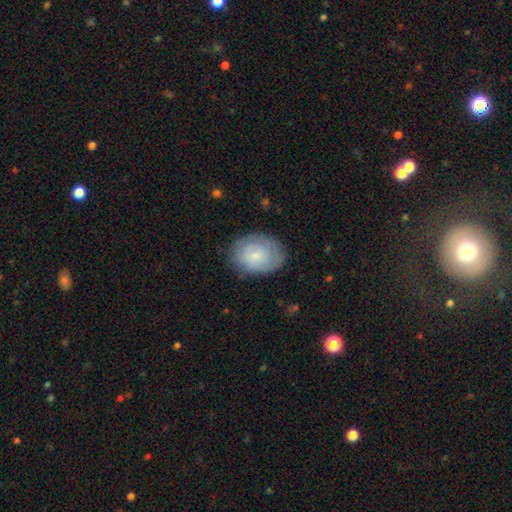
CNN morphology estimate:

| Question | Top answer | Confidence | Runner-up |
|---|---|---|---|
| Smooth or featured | smooth | 61% | featured or disk (31%) |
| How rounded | in between | 68% | round (31%) |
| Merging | none | 77% | minor disturbance (17%) |